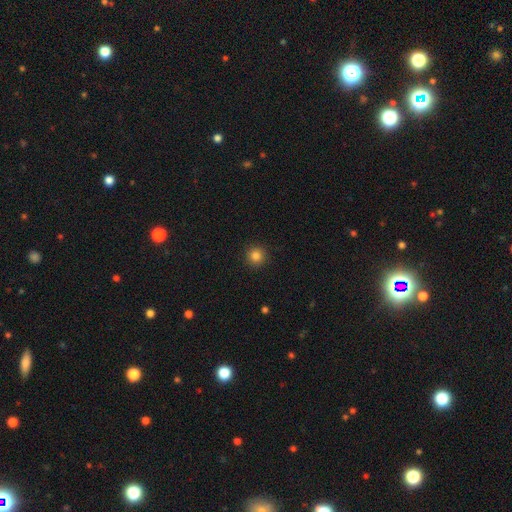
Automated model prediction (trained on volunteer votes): The model was most divided on "smooth or featured": smooth: 83%, star or artifact: 12%, featured or disk: 5%. More confident: how rounded — round (96%); merging — none (93%).